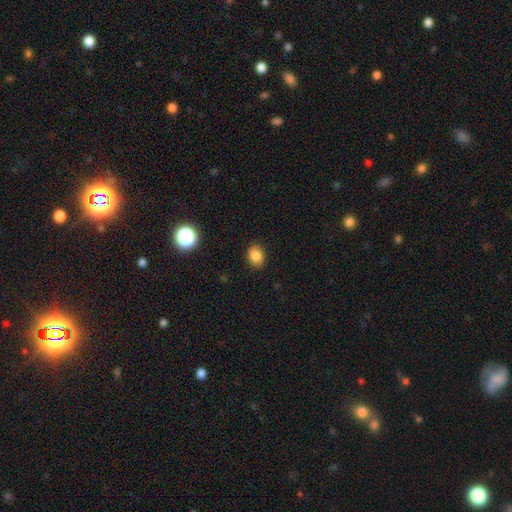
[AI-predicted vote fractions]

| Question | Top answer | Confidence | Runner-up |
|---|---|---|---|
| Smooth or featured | smooth | 83% | star or artifact (11%) |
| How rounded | round | 53% | in between (46%) |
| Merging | none | 88% | minor disturbance (9%) |